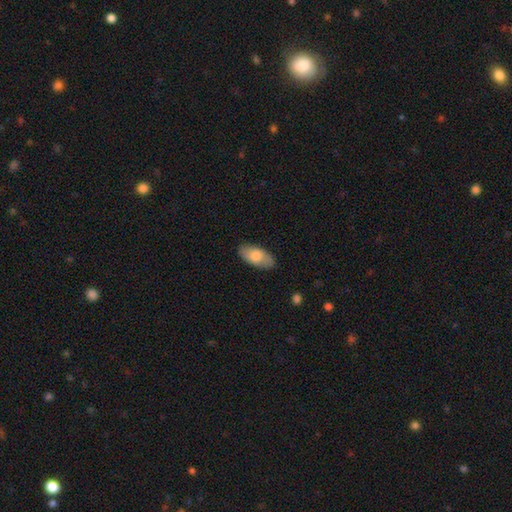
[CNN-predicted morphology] type=smooth (73%); roundness=in between (92%); merging=none (84%).